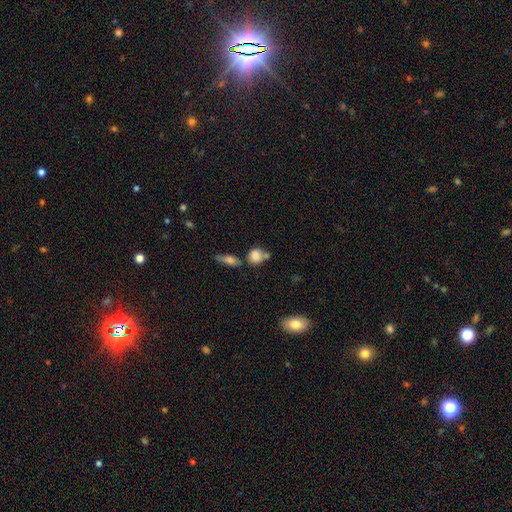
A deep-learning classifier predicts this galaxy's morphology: Smooth or featured? smooth (82%)
How rounded? round (69%)
Merging? none (49%)